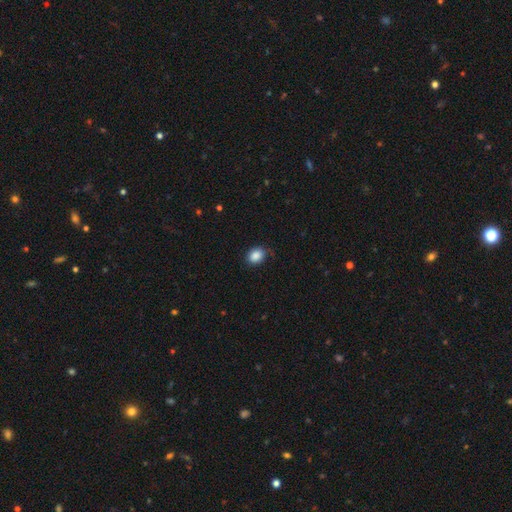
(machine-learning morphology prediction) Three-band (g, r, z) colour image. It shows a smooth galaxy with no disk features (88%) that is in between round and cigar-shaped (58%). Merging: none (79%).